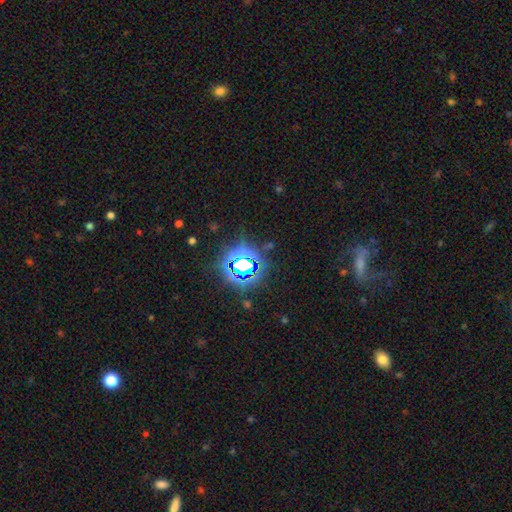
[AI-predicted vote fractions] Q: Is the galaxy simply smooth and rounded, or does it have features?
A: star or artifact — 76%.